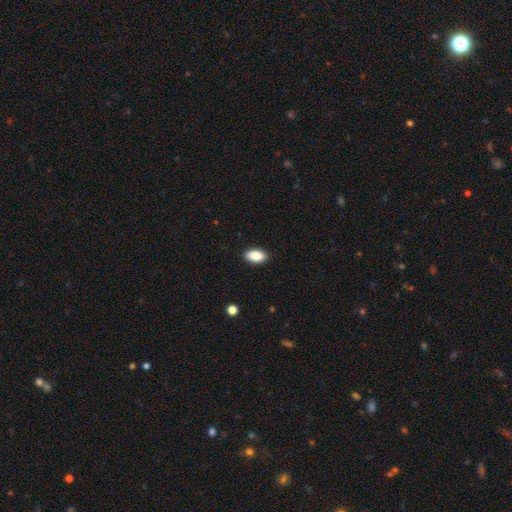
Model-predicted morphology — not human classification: Overall: smooth (88%). How rounded: in between (93%). Merging: none (91%).